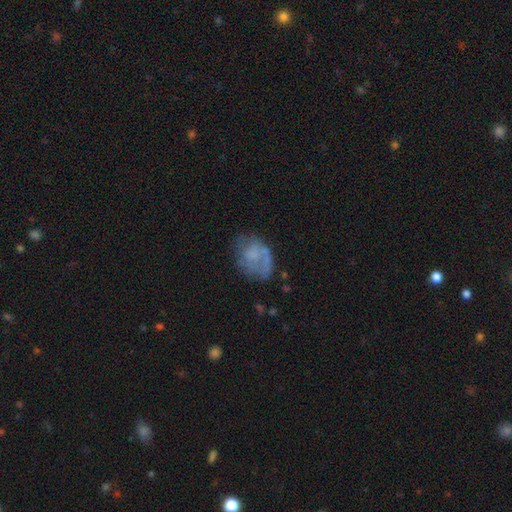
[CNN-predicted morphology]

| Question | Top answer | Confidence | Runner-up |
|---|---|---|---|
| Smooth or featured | smooth | 48% | featured or disk (42%) |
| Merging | none | 46% | minor disturbance (26%) |